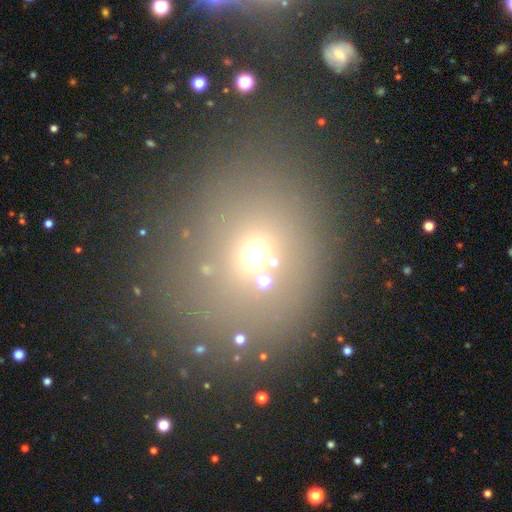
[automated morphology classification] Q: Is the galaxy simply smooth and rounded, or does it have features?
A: smooth — 57%.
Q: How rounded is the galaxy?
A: round — 69%.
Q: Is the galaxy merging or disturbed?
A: none — 74%.